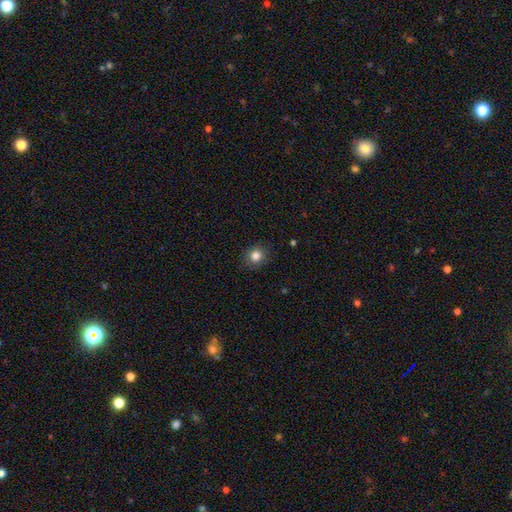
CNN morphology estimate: Smooth or featured? Predicted: smooth (p=0.83). How rounded? Predicted: round (p=0.80). Merging? Predicted: none (p=0.88).